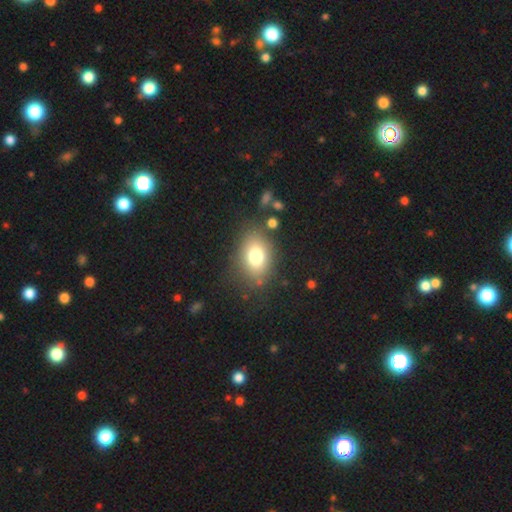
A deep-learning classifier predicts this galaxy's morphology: This is likely a smooth galaxy (76%). How rounded: likely in between (73%). Merging: likely none (79%).